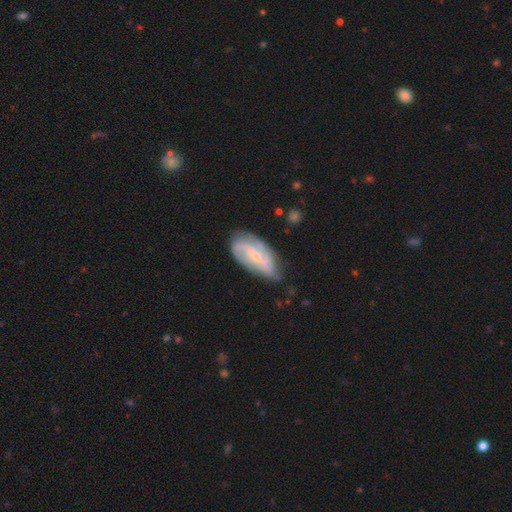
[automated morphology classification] Smooth or featured?
  - featured or disk: 71% *
  - smooth: 23%
  - star or artifact: 6%
Edge-on disk?
  - no: 93% *
  - yes: 7%
Bar?
  - no: 67% *
  - weak: 26%
  - strong: 7%
Spiral arms?
  - yes: 85% *
  - no: 15%
Spiral winding?
  - tight: 39% * (tied)
  - medium: 39% * (tied)
  - loose: 21%
Spiral arm count?
  - 2: 38% *
  - can't tell: 33%
  - 3: 17%
  - 4: 5%
  - 1: 5%
  - more than 4: 3%
Bulge size?
  - small: 70% *
  - moderate: 26%
  - none: 2%
  - large: 1%
  - dominant: 1%
Merging?
  - none: 58% *
  - minor disturbance: 29%
  - major disturbance: 10%
  - merger: 3%